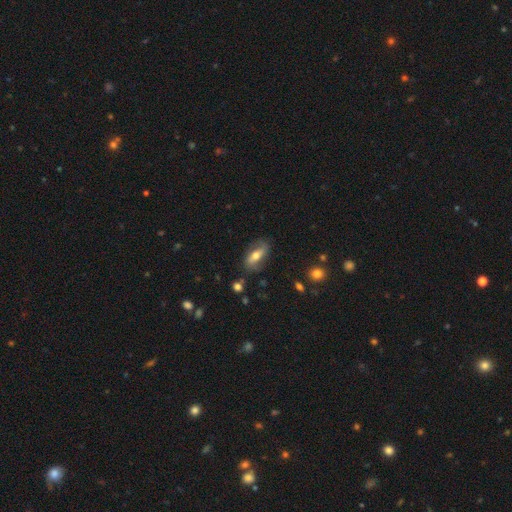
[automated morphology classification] Smooth or featured? Predicted: smooth (p=0.47). Merging? Predicted: none (p=0.74).